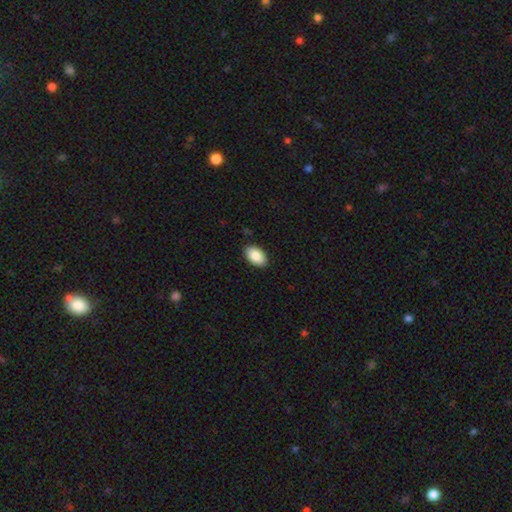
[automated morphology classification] A smooth galaxy with no disk features (88%) that is in between round and cigar-shaped (94%). Merging: none (89%).